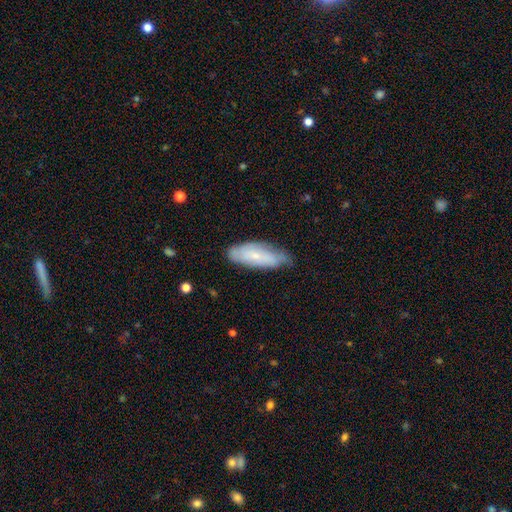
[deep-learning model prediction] The model was most divided on "smooth or featured": smooth: 53%, featured or disk: 40%, star or artifact: 7%. More confident: how rounded — in between (69%); merging — none (62%).